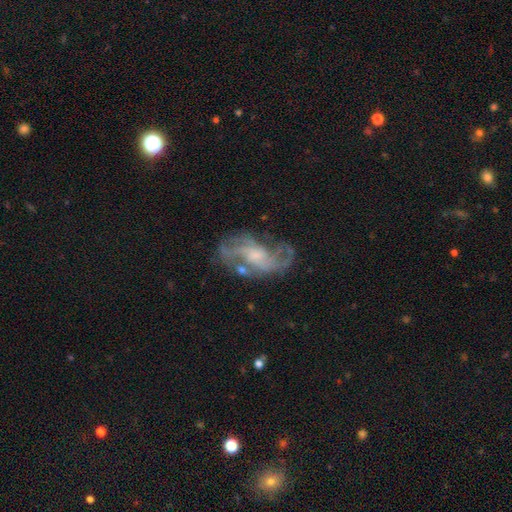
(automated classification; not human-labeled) Morphology: type=featured or disk (83%); edge-on=no (96%); bar=no (51%); spiral arms=yes (90%); winding=medium (45%); arm count=2 (43%); bulge=small (38%); merging=none (58%).